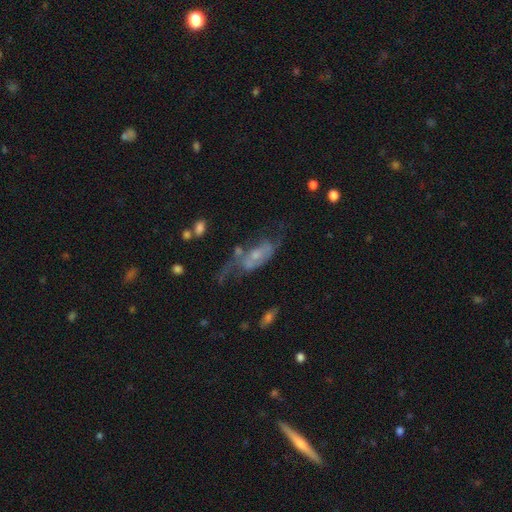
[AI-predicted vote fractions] This appears to be a featured or disk galaxy (67%) with no bar (64%), spiral arms (72%) and a small central bulge (53%). Merging: major disturbance (34%).